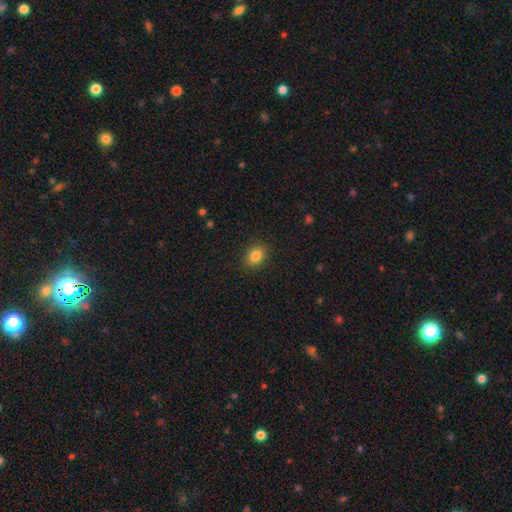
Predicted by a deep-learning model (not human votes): smooth-or-featured: smooth: 85% | star or artifact: 10% | featured or disk: 5%
  how-rounded: in between: 60% | round: 39% | cigar-shaped: 1%
  merging: none: 89% | minor disturbance: 8% | major disturbance: 2% | merger: 1%